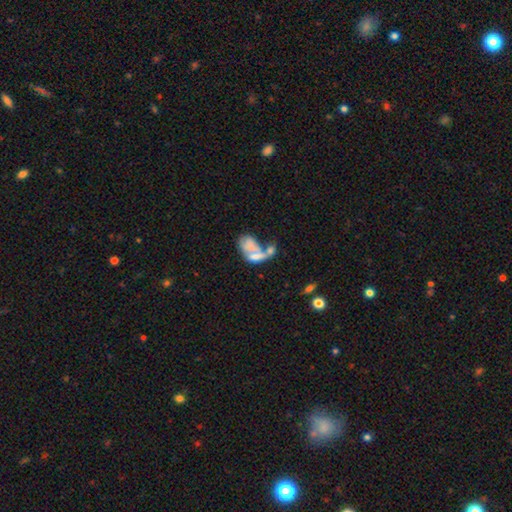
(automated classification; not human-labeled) Q: Smooth or featured?
A: smooth (50%); runner-up: featured or disk (40%)
Q: Merging?
A: merger (59%); runner-up: major disturbance (19%)